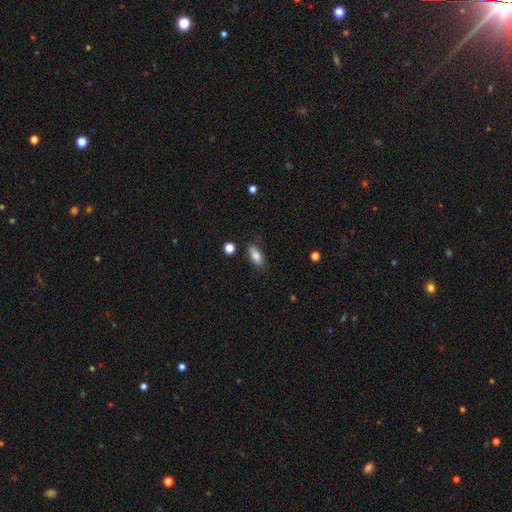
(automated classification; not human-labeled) Overall: smooth (82%). How rounded: in between (80%). Merging: none (78%).